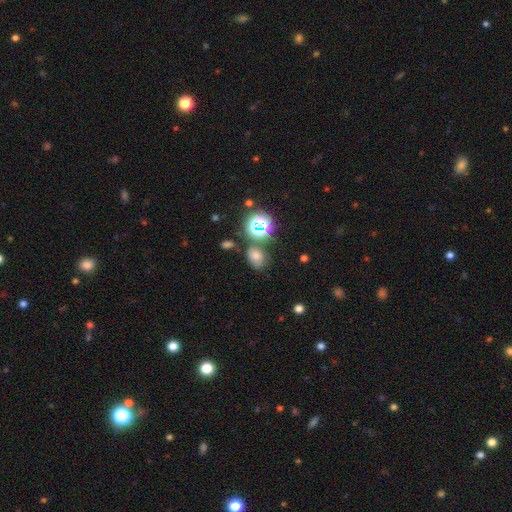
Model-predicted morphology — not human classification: Smooth or featured: smooth — 61% (star or artifact — 29%)
How rounded: in between — 57% (round — 42%)
Merging: none — 63% (minor disturbance — 18%)